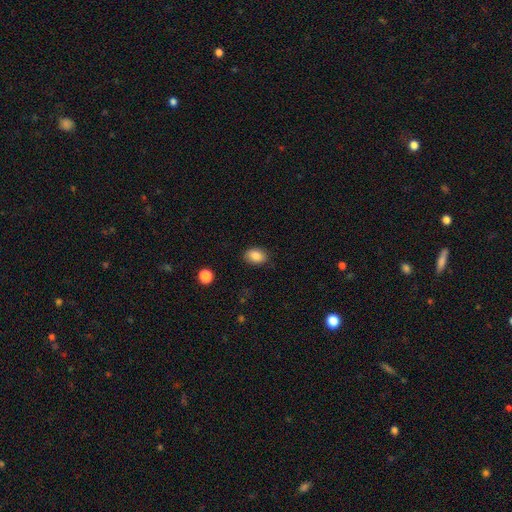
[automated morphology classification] Smooth or featured? Predicted: smooth (p=0.86). How rounded? Predicted: in between (p=0.79). Merging? Predicted: none (p=0.85).